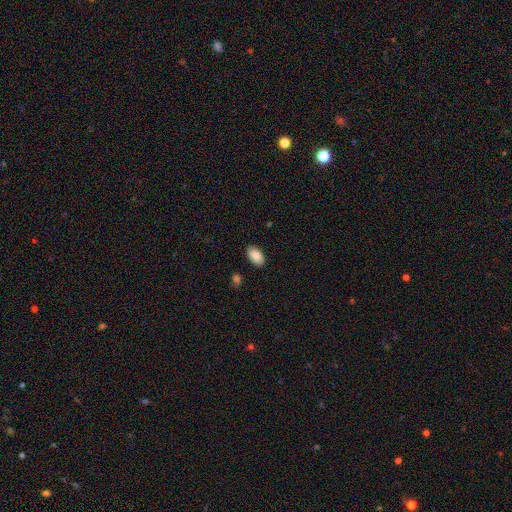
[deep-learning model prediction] Overall: smooth (89%). How rounded: in between (94%). Merging: none (87%).